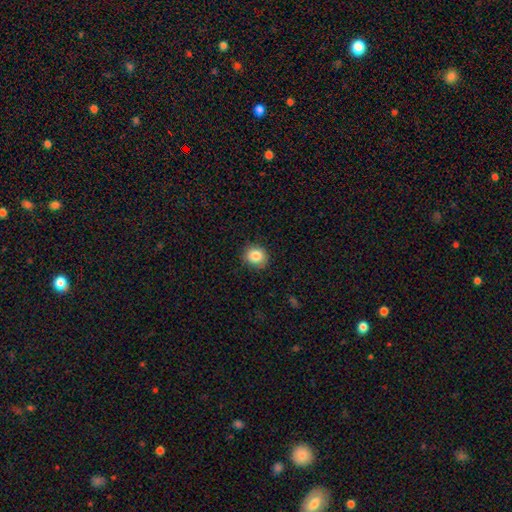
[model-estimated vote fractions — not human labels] A smooth galaxy with no disk features (85%) that is round (78%). Merging: none (86%).